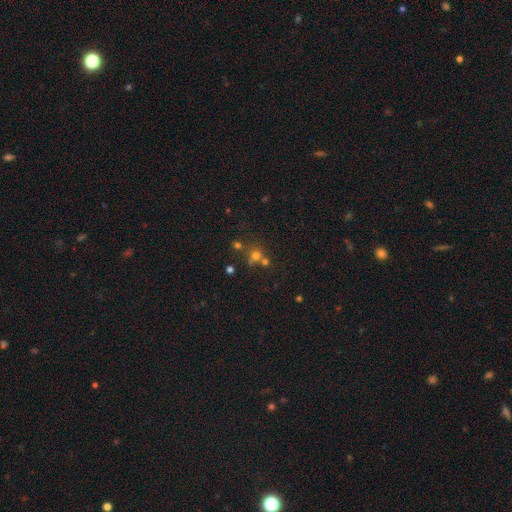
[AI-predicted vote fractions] Smooth or featured: smooth — 61% (star or artifact — 27%)
How rounded: round — 87% (in between — 12%)
Merging: none — 52% (merger — 34%)